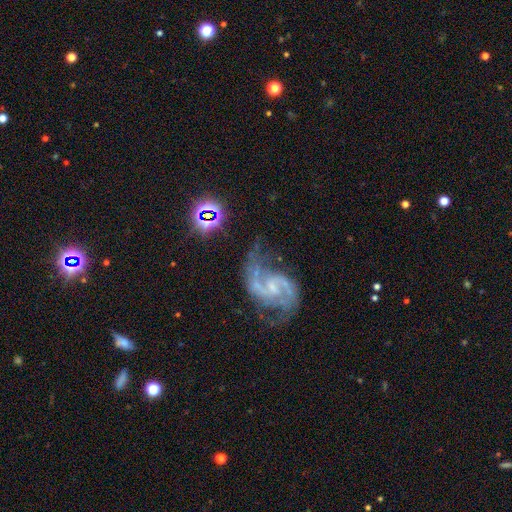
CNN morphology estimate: Smooth or featured: featured or disk — 87% (star or artifact — 9%)
Edge-on disk: no — 98% (yes — 2%)
Bar: weak — 47% (no — 40%)
Spiral arms: yes — 97% (no — 3%)
Spiral winding: medium — 48% (loose — 39%)
Spiral arm count: 2 — 87% (can't tell — 4%)
Bulge size: small — 63% (moderate — 20%)
Merging: none — 57% (minor disturbance — 20%)